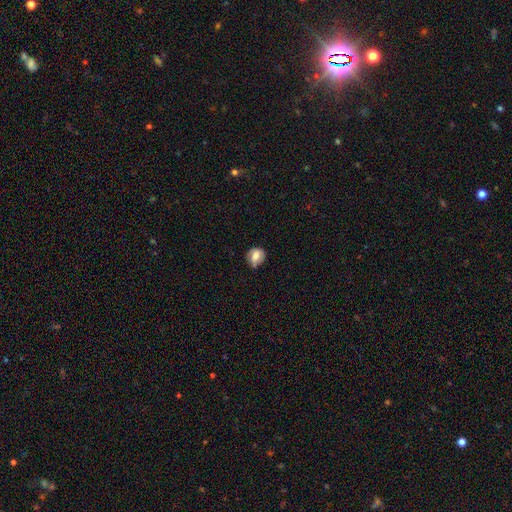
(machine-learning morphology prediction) The model was most divided on "how rounded": round: 69%, in between: 29%, cigar-shaped: 1%. More confident: smooth or featured — smooth (71%); merging — none (67%).